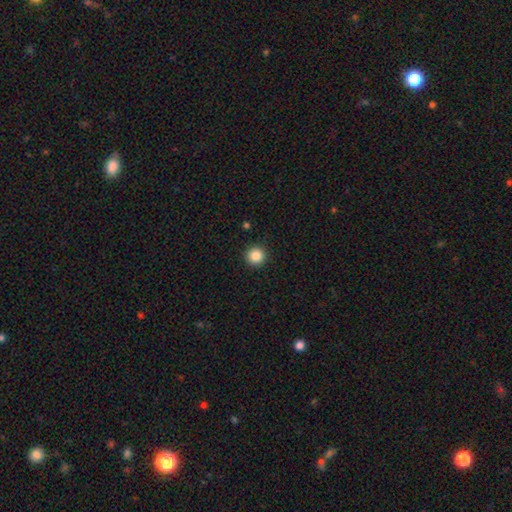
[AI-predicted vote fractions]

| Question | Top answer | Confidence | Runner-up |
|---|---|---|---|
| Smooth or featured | smooth | 86% | star or artifact (10%) |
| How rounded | round | 96% | in between (3%) |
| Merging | none | 93% | minor disturbance (4%) |